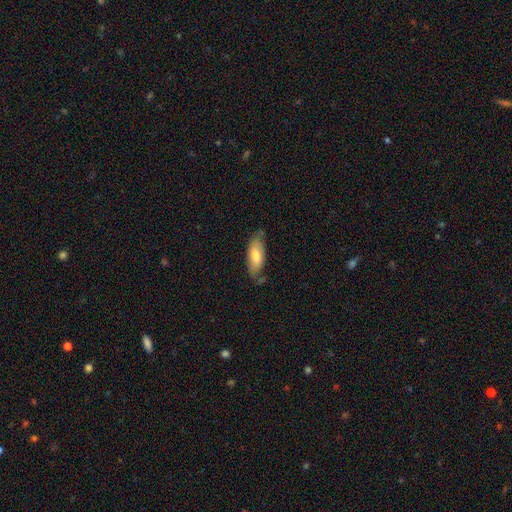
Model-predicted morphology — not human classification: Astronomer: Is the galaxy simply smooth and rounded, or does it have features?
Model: smooth — 67%.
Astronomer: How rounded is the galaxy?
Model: in between — 76%.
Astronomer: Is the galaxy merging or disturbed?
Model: none — 65%.